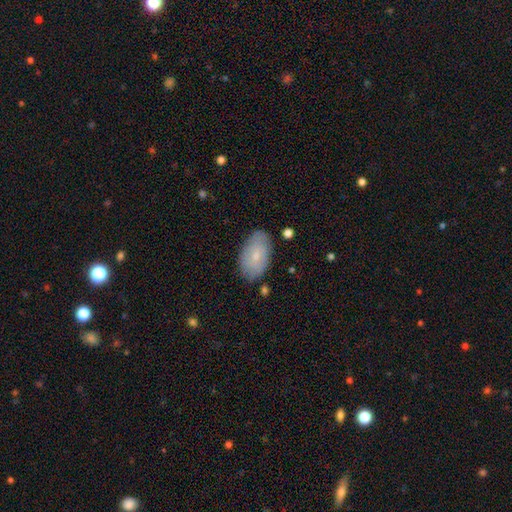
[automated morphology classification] This is likely a smooth galaxy (63%). How rounded: clearly in between (93%). Merging: likely none (79%).